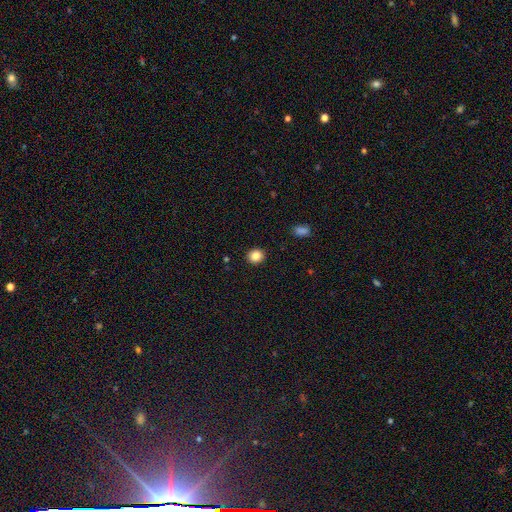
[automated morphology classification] Smooth or featured? Predicted: smooth (p=0.86). How rounded? Predicted: round (p=0.81). Merging? Predicted: none (p=0.91).